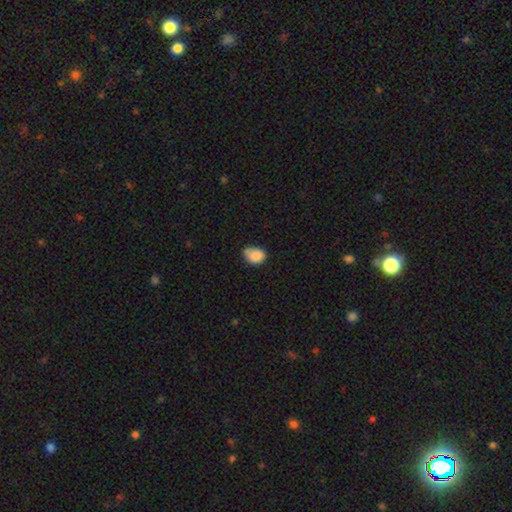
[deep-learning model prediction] Overall: smooth (84%). How rounded: in between (61%; round 38%). Merging: none (46%; minor disturbance 37%).